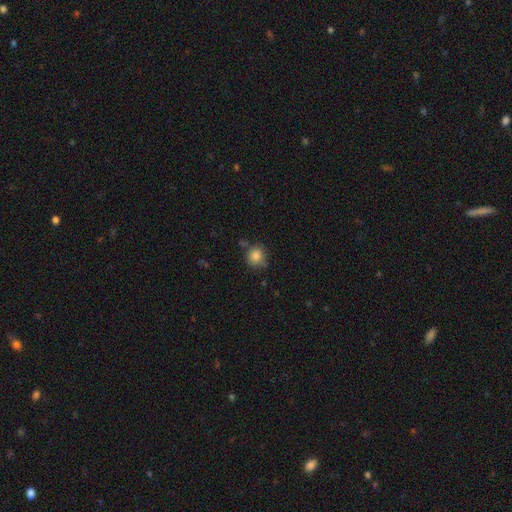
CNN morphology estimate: type=smooth (84%); roundness=round (86%); merging=none (71%).